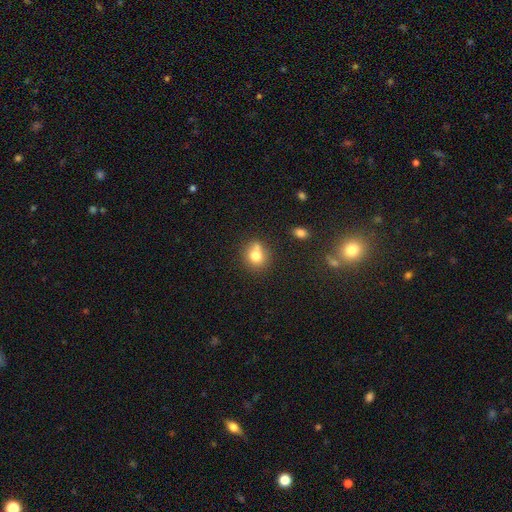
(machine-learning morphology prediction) This appears to be a smooth galaxy with no disk features (74%) that is round (74%). Merging: none (54%).